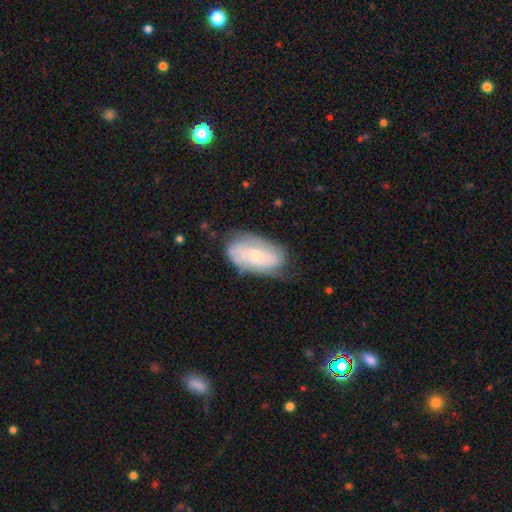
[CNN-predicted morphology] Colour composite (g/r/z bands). It shows a featured or disk galaxy (51%). Merging: none (61%).